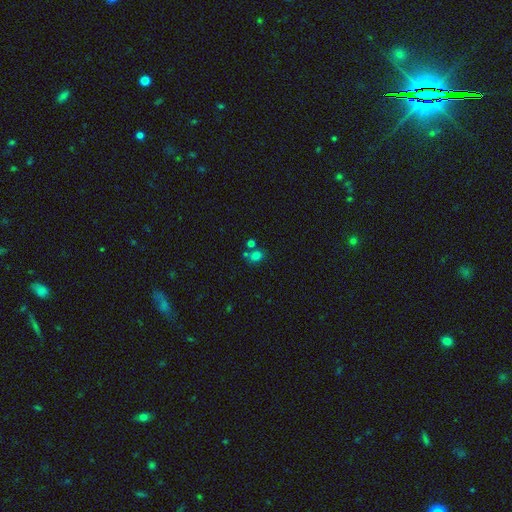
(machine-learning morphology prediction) This appears to be a smooth galaxy with no disk features (74%) that is in between round and cigar-shaped (50%). Merging: none (55%).